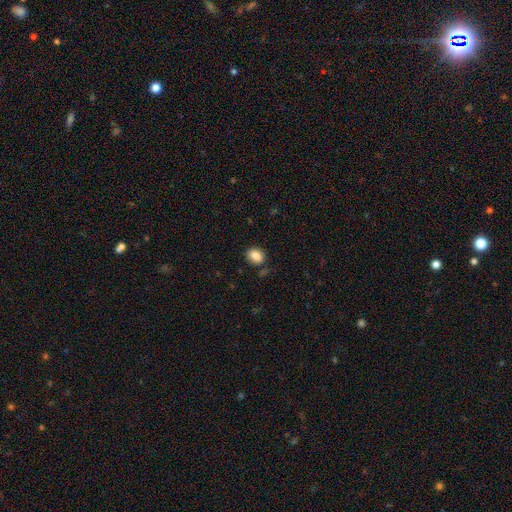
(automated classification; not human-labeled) A smooth galaxy with no disk features (86%) that is in between round and cigar-shaped (56%).

Vote fractions:
- Smooth or featured? smooth: 86% / star or artifact: 9% / featured or disk: 5%
- How rounded? in between: 56% / round: 43% / cigar-shaped: 1%
- Merging? none: 80% / minor disturbance: 13% / merger: 4% / major disturbance: 3%